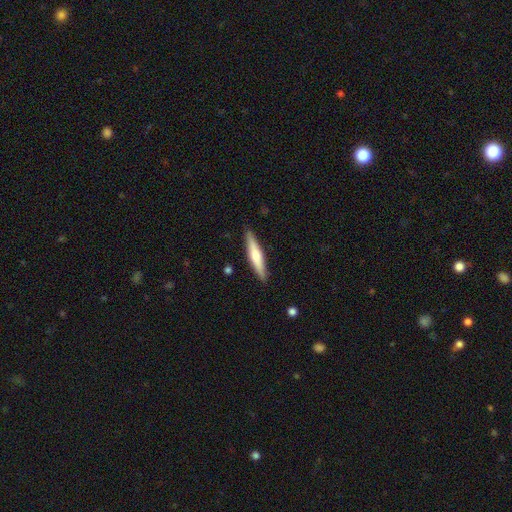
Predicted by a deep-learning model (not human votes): smooth_or_featured: smooth (p=0.53) [alt: featured or disk p=0.41]
how_rounded: cigar-shaped (p=0.88) [alt: in between p=0.10]
merging: none (p=0.89) [alt: minor disturbance p=0.08]